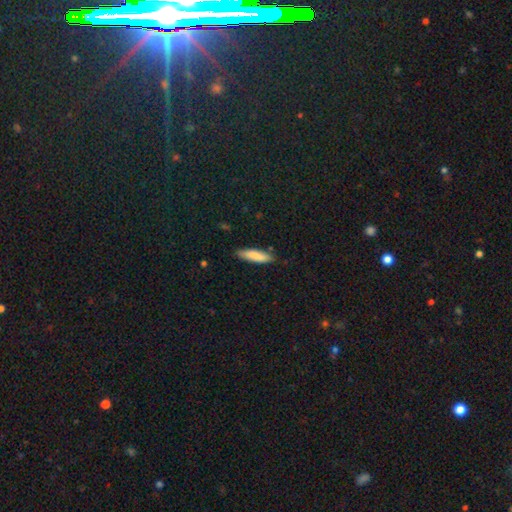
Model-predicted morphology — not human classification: Smooth or featured? smooth (85%)
How rounded? cigar-shaped (64%)
Merging? none (82%)